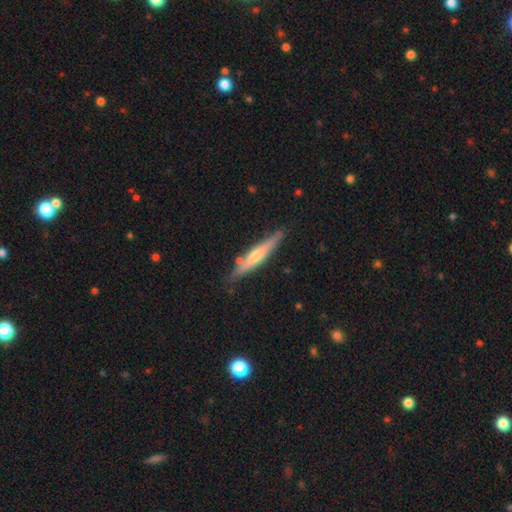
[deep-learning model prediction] smooth_or_featured: featured or disk (p=0.63) [alt: smooth p=0.30]
disk_edge_on: yes (p=0.94) [alt: no p=0.06]
edge_on_bulge: rounded (p=0.73) [alt: none p=0.18]
merging: none (p=0.83) [alt: minor disturbance p=0.13]